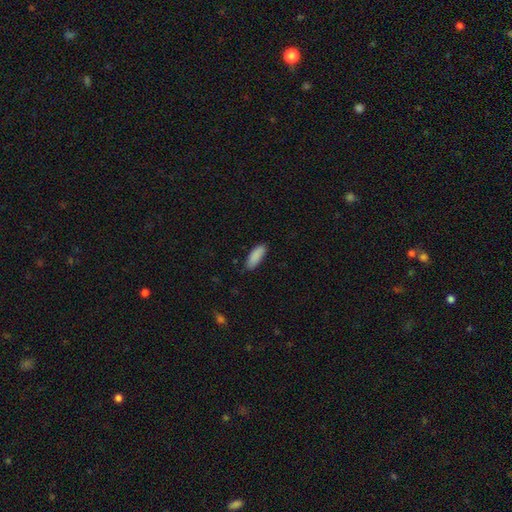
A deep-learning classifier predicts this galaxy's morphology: A smooth galaxy with no disk features (90%) that is in between round and cigar-shaped (68%).

Vote fractions:
- Smooth or featured? smooth: 90% / star or artifact: 6% / featured or disk: 4%
- How rounded? in between: 68% / cigar-shaped: 31% / round: 2%
- Merging? none: 82% / minor disturbance: 15% / major disturbance: 2% / merger: 1%